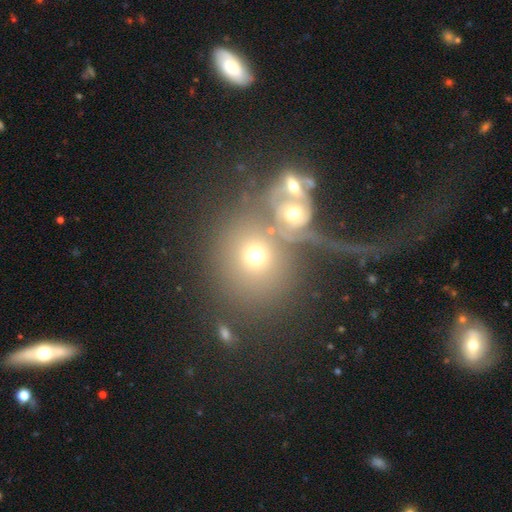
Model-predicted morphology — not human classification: A smooth galaxy with no disk features (61%) that is round (72%). Merging: merger (50%).